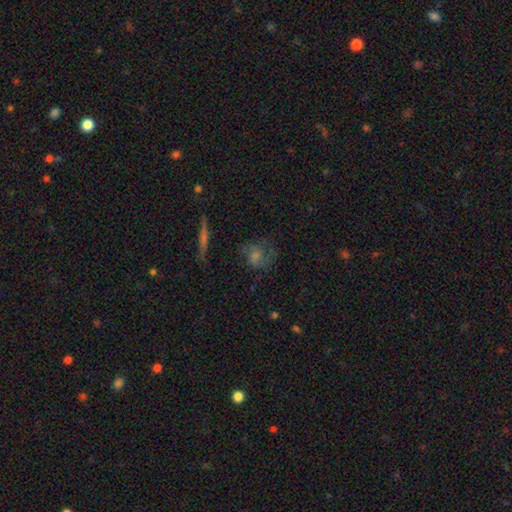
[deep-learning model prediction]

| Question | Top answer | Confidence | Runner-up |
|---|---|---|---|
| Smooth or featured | featured or disk | 46% | smooth (35%) |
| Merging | none | 65% | minor disturbance (19%) |